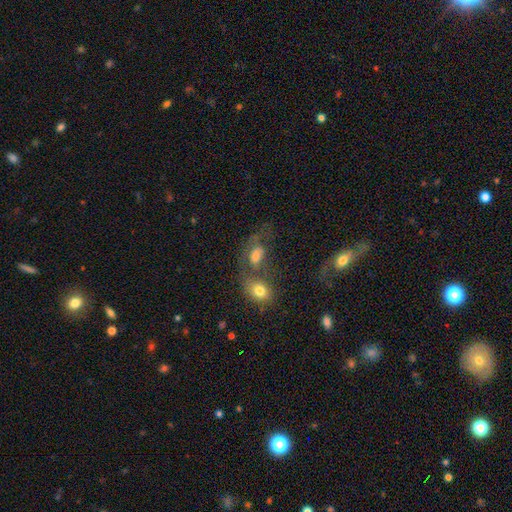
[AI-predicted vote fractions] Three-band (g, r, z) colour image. It shows a smooth galaxy with no disk features (52%) that is in between round and cigar-shaped (76%). Merging: merger (43%).